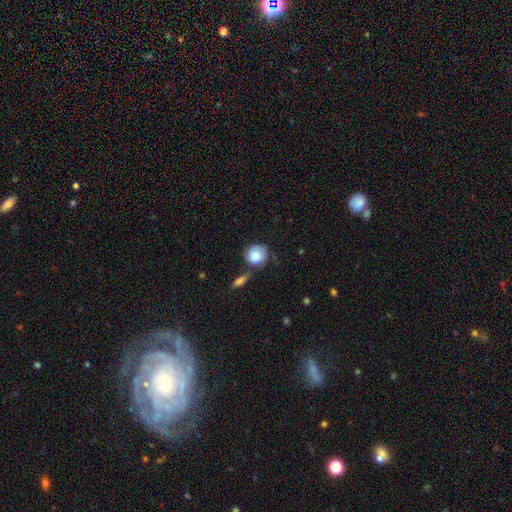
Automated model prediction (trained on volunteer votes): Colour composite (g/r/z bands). It shows a smooth galaxy with no disk features (84%) that is round (84%). Merging: none (61%).